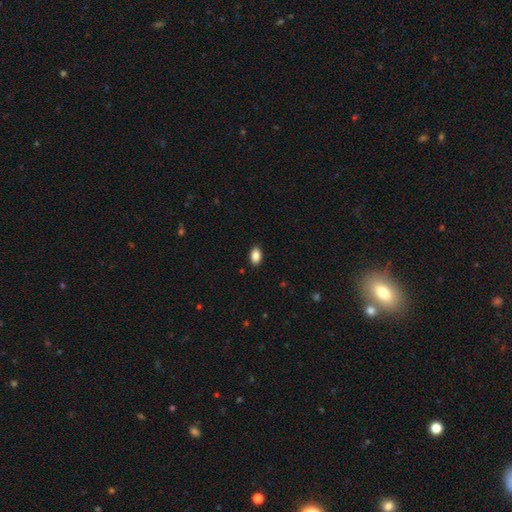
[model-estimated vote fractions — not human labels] Morphology: type=smooth (88%); roundness=in between (91%); merging=none (90%).